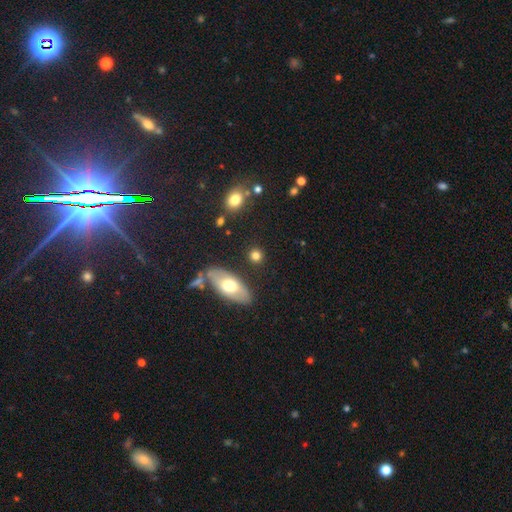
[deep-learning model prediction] This appears to be a smooth galaxy with no disk features (78%) that is round (74%). Merging: none (81%).